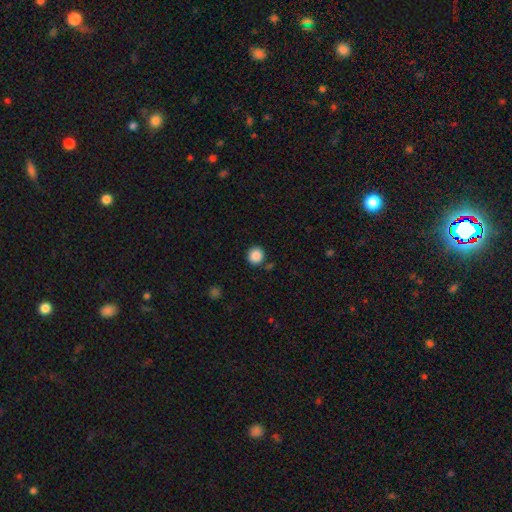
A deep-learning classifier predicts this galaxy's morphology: Smooth or featured? smooth (88%)
How rounded? round (91%)
Merging? none (86%)